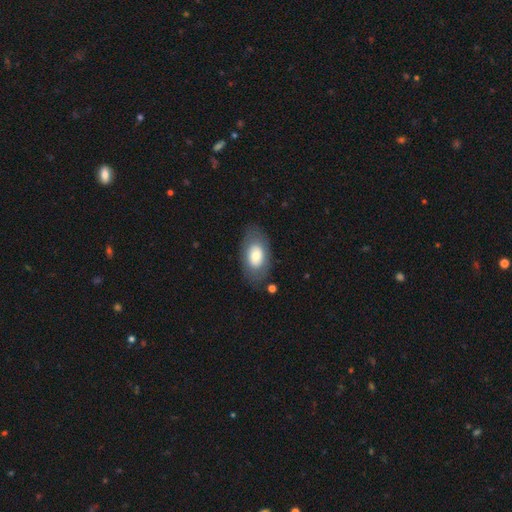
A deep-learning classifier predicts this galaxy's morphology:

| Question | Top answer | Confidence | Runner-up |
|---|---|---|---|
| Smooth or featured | smooth | 70% | featured or disk (23%) |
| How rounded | in between | 92% | round (6%) |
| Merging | none | 79% | minor disturbance (13%) |